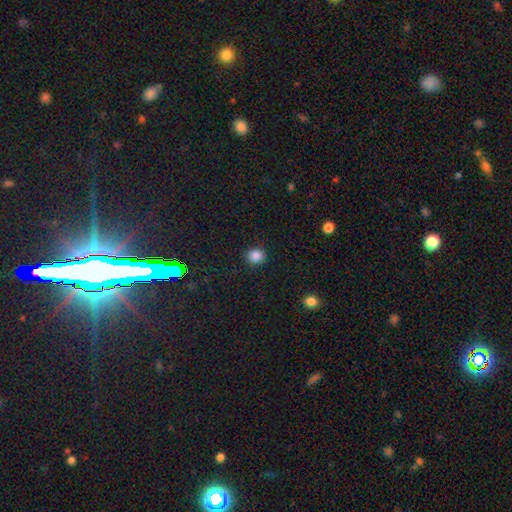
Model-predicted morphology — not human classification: The model was most divided on "how rounded": round: 85%, in between: 14%, cigar-shaped: 1%. More confident: merging — none (89%); smooth or featured — smooth (84%).